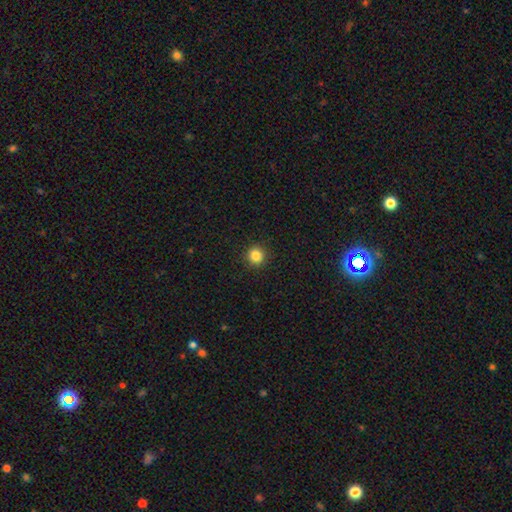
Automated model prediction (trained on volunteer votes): Smooth or featured?
  - smooth: 84% *
  - star or artifact: 11%
  - featured or disk: 4%
How rounded?
  - round: 92% *
  - in between: 7%
  - cigar-shaped: 1%
Merging?
  - none: 92% *
  - minor disturbance: 5%
  - major disturbance: 2%
  - merger: 1%